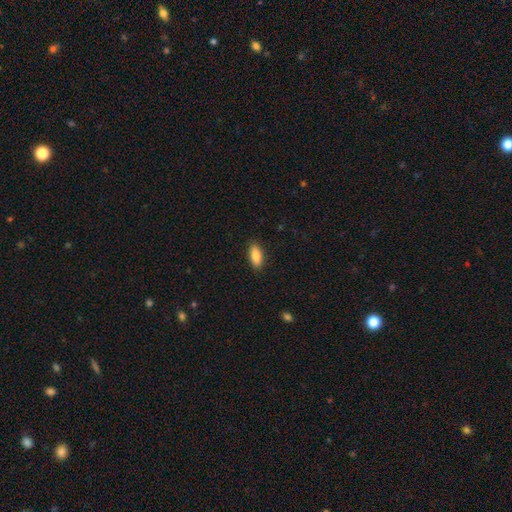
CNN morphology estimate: This appears to be a smooth galaxy with no disk features (87%) that is in between round and cigar-shaped (78%). Merging: none (89%).